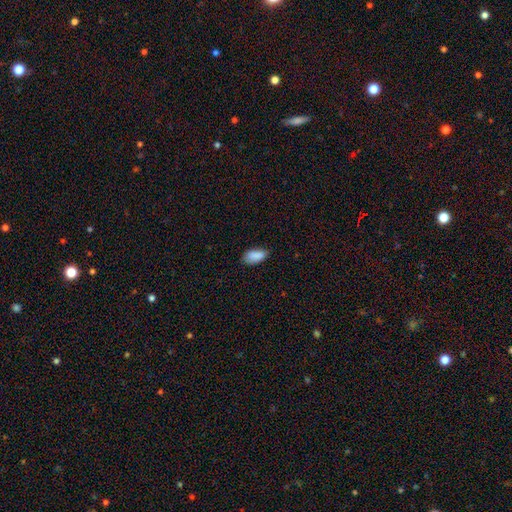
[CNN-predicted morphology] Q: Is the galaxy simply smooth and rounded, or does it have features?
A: smooth — 88%.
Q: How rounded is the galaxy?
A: in between — 92%.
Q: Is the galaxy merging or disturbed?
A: none — 70%.